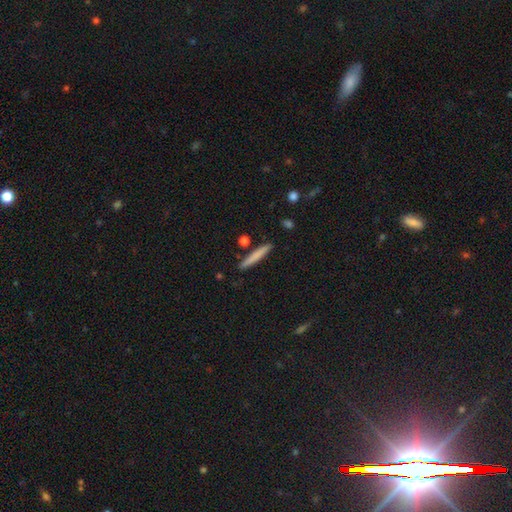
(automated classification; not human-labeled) A smooth galaxy with no disk features (72%) that is cigar-shaped (95%).

Vote fractions:
- Smooth or featured? smooth: 72% / featured or disk: 22% / star or artifact: 6%
- How rounded? cigar-shaped: 95% / in between: 3% / round: 1%
- Merging? none: 87% / minor disturbance: 8% / merger: 3% / major disturbance: 2%